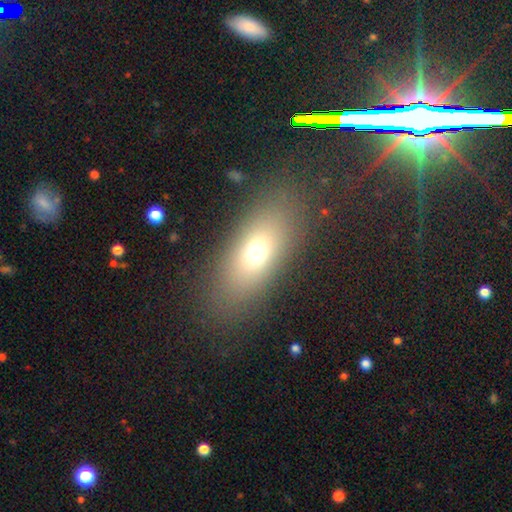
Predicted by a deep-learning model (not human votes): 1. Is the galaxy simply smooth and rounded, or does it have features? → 68% smooth, 19% featured or disk, 13% star or artifact.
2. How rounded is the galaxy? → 78% in between, 14% cigar-shaped, 8% round.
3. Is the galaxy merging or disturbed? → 82% none, 10% minor disturbance, 6% major disturbance, 2% merger.